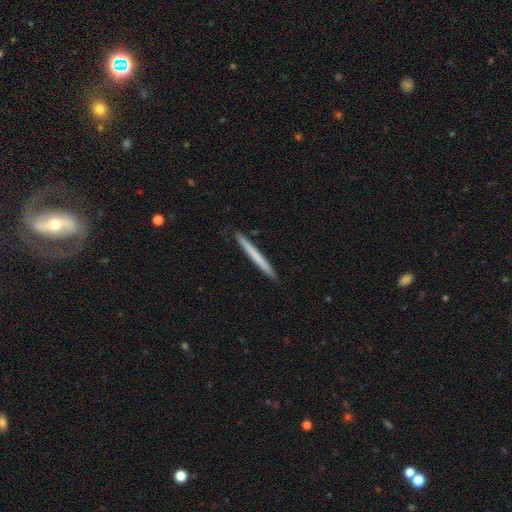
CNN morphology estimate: smooth-or-featured: smooth: 62% | featured or disk: 33% | star or artifact: 5%
  how-rounded: cigar-shaped: 98% | in between: 1% | round: 1%
  merging: none: 92% | minor disturbance: 6% | major disturbance: 1% | merger: 1%